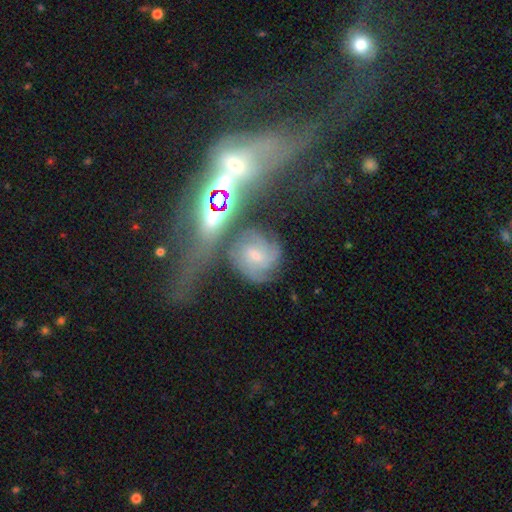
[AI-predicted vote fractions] smooth_or_featured: featured or disk (p=0.59) [alt: smooth p=0.24]
disk_edge_on: no (p=0.95) [alt: yes p=0.05]
bar: no (p=0.50) [alt: weak p=0.40]
has_spiral_arms: yes (p=0.86) [alt: no p=0.14]
bulge_size: small (p=0.54) [alt: moderate p=0.35]
merging: none (p=0.46) [alt: major disturbance p=0.19]